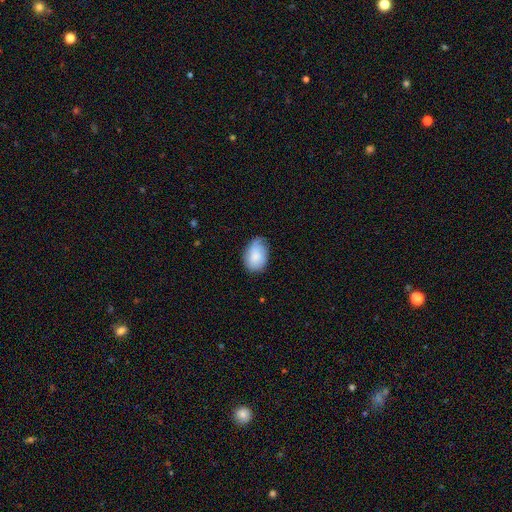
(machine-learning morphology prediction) Smooth or featured?
  - smooth: 83% *
  - featured or disk: 10%
  - star or artifact: 7%
How rounded?
  - in between: 84% *
  - round: 15%
  - cigar-shaped: 1%
Merging?
  - none: 59% *
  - minor disturbance: 33%
  - major disturbance: 6%
  - merger: 1%